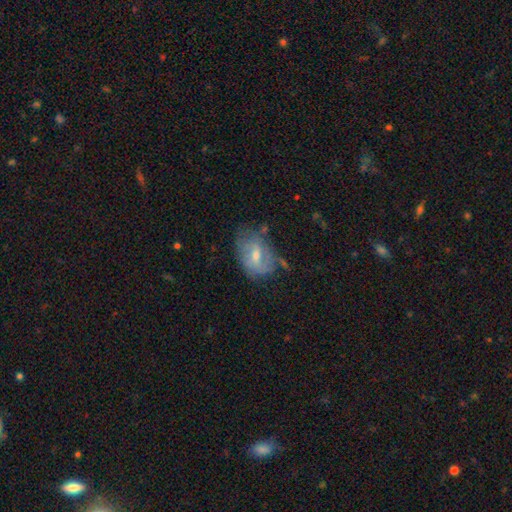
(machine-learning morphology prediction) smooth_or_featured: featured or disk (p=0.47) [alt: smooth p=0.44]
merging: none (p=0.49) [alt: minor disturbance p=0.33]